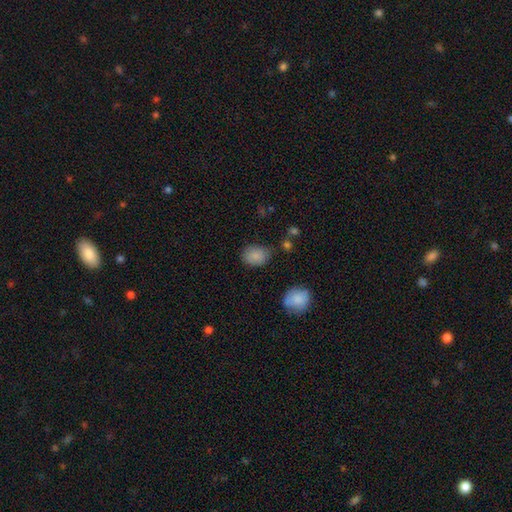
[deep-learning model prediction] Smooth or featured: smooth — 86% (star or artifact — 9%)
How rounded: in between — 64% (round — 35%)
Merging: none — 73% (minor disturbance — 20%)